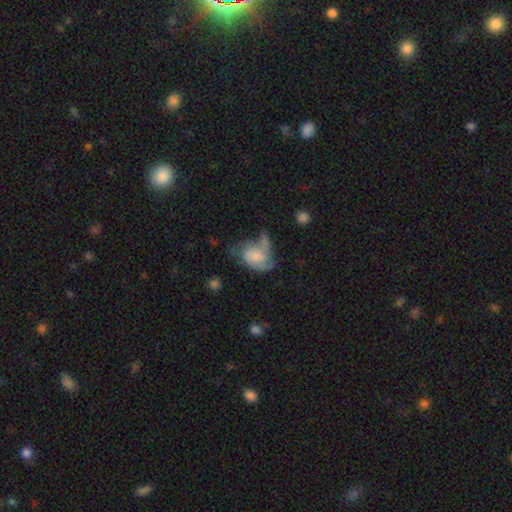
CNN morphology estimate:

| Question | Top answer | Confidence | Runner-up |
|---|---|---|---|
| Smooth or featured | smooth | 50% | featured or disk (42%) |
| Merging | major disturbance | 32% | minor disturbance (24%) |